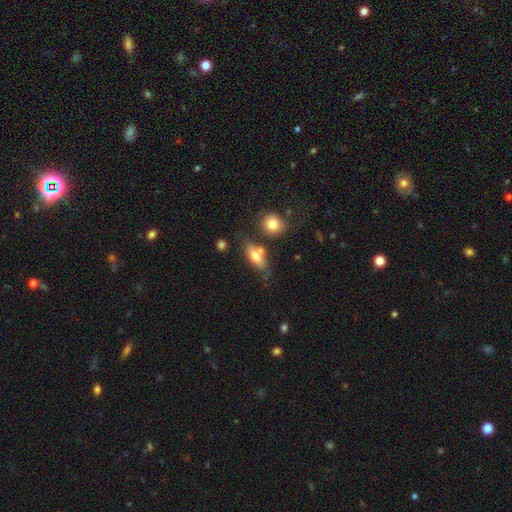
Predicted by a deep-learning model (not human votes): Smooth or featured: smooth — 67% (featured or disk — 25%)
How rounded: in between — 73% (cigar-shaped — 22%)
Merging: none — 56% (minor disturbance — 21%)